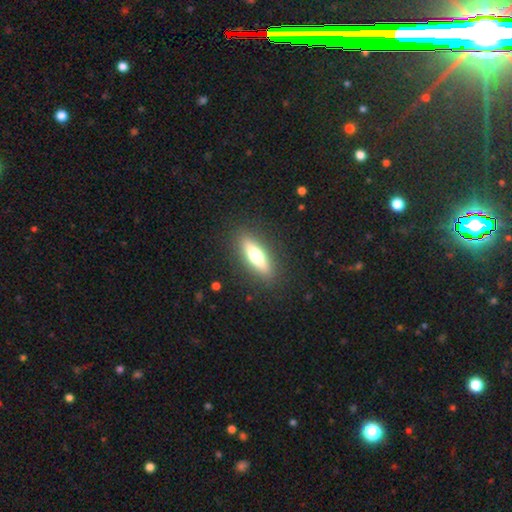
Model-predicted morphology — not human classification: A featured or disk galaxy (46%, tied with smooth). Merging: none (89%).